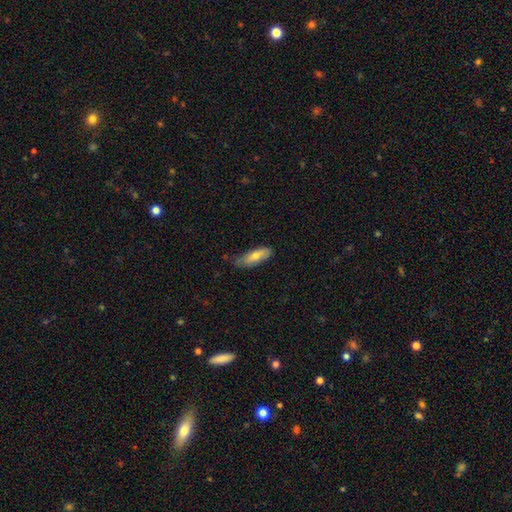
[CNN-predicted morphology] Smooth or featured? Predicted: smooth (p=0.69). How rounded? Predicted: in between (p=0.59). Merging? Predicted: none (p=0.66).